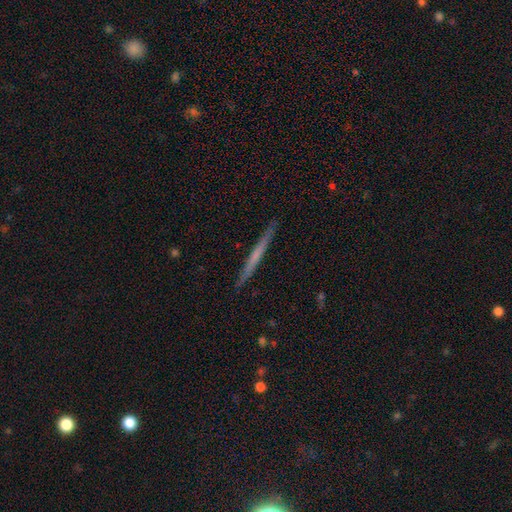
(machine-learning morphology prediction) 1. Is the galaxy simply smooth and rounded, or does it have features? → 53% featured or disk, 42% smooth, 6% star or artifact.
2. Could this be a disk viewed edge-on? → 98% yes, 2% no.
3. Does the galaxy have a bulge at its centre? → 82% none, 13% rounded, 5% boxy.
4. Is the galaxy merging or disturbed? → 91% none, 6% minor disturbance, 1% major disturbance, 1% merger.